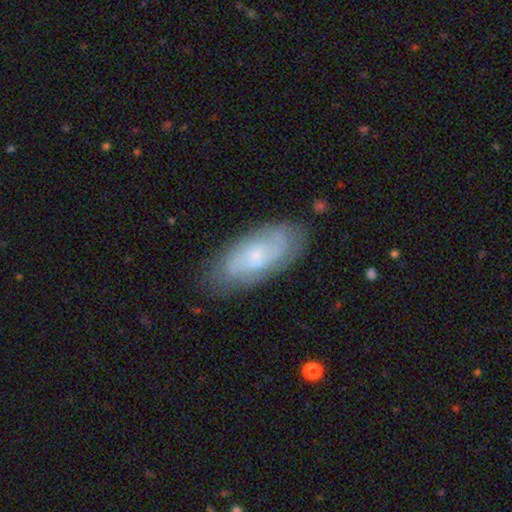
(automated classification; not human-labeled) A featured or disk galaxy (67%) with no bar (68%), tight (52%) spiral arms (86%) and a small central bulge (76%). Merging: none (78%).